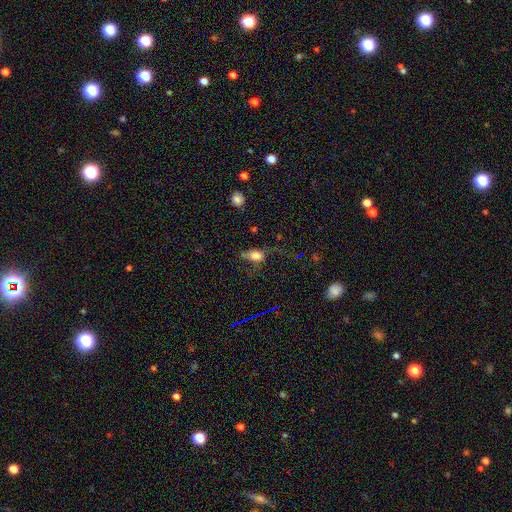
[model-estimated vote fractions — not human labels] A smooth galaxy with no disk features (65%) that is in between round and cigar-shaped (77%).

Vote fractions:
- Smooth or featured? smooth: 65% / featured or disk: 22% / star or artifact: 14%
- How rounded? in between: 77% / round: 16% / cigar-shaped: 7%
- Merging? major disturbance: 38% / none: 34% / minor disturbance: 23% / merger: 4%